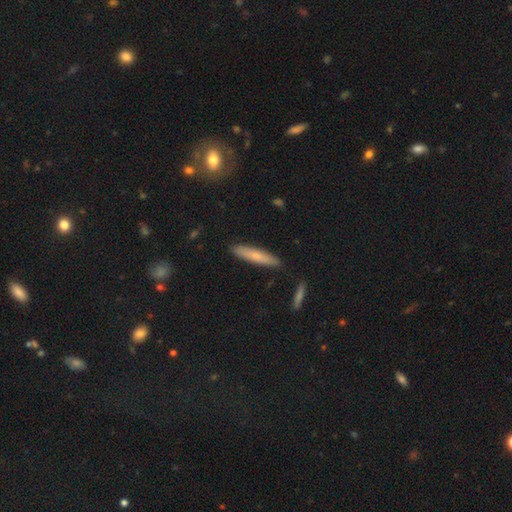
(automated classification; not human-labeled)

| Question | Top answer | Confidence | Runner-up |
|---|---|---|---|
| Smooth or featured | smooth | 65% | featured or disk (28%) |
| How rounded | cigar-shaped | 87% | in between (12%) |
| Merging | none | 88% | minor disturbance (9%) |